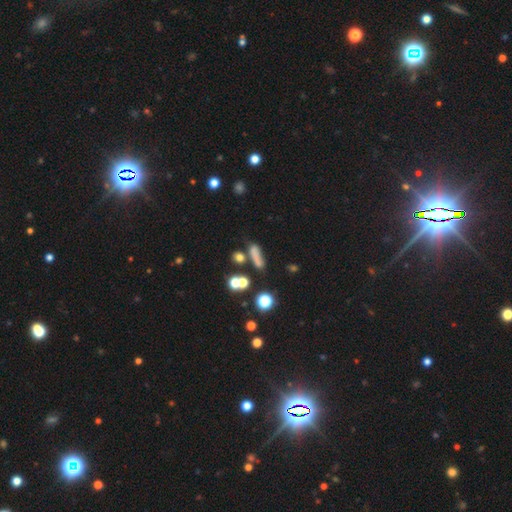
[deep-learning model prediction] Smooth or featured: smooth — 65% (star or artifact — 18%)
How rounded: cigar-shaped — 55% (in between — 30%)
Merging: none — 48% (minor disturbance — 20%)